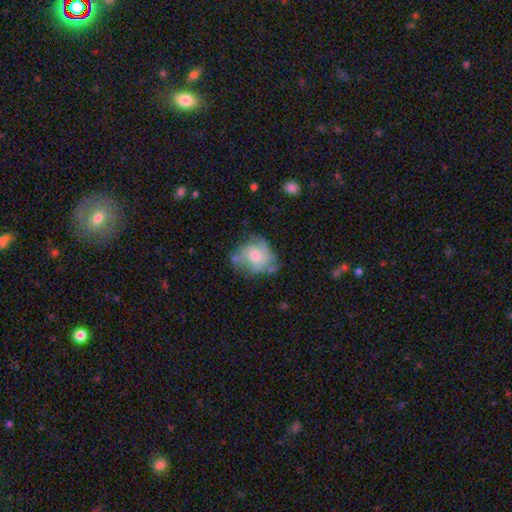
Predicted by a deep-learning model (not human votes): smooth_or_featured: featured or disk (p=0.47) [alt: smooth p=0.44]
merging: none (p=0.50) [alt: minor disturbance p=0.27]